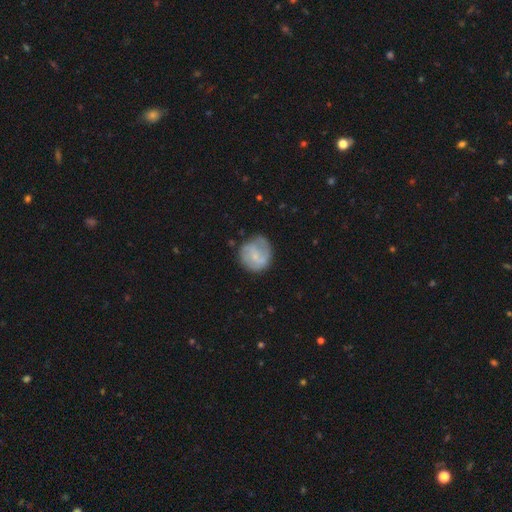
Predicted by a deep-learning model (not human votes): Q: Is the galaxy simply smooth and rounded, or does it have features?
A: smooth — 52%.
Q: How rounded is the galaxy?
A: round — 84%.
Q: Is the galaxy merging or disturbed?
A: none — 61%.